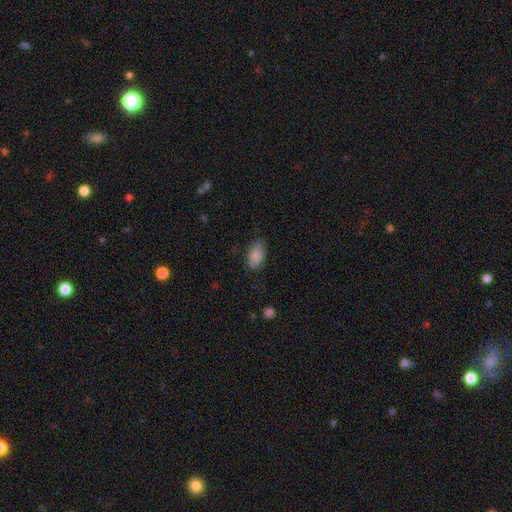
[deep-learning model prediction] Morphology: type=smooth (88%); roundness=in between (92%); merging=none (77%).